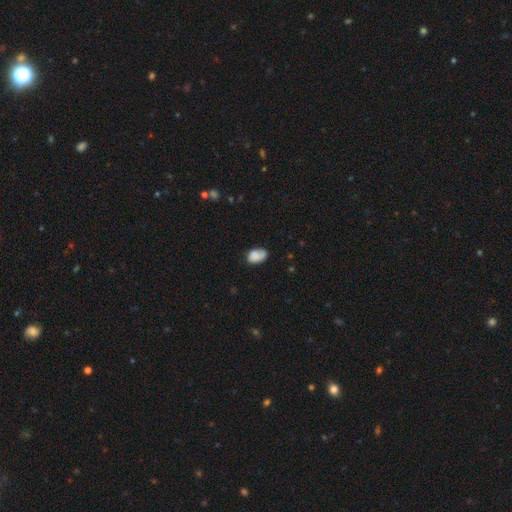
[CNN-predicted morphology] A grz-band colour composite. It shows a smooth galaxy with no disk features (79%) that is in between round and cigar-shaped (86%). Merging: none (57%).